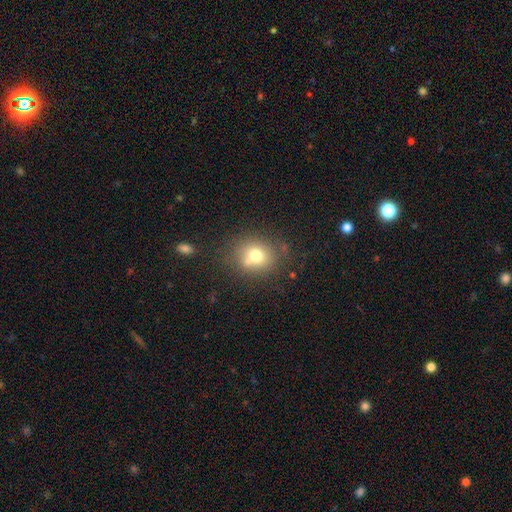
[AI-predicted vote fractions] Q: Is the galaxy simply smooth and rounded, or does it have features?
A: smooth — 71%.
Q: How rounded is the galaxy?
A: round — 67%.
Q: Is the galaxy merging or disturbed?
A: none — 65%.